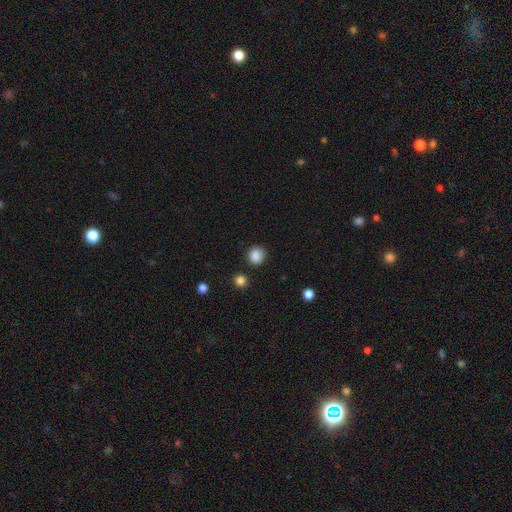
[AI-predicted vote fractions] smooth 87%, star or artifact 10%, featured or disk 3%. Down the decision tree: how rounded — round (86%); merging — none (87%).